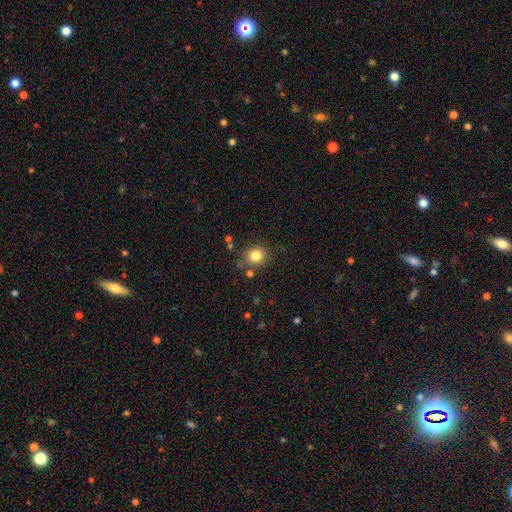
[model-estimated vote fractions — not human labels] Smooth or featured? Predicted: smooth (p=0.81). How rounded? Predicted: round (p=0.86). Merging? Predicted: none (p=0.78).